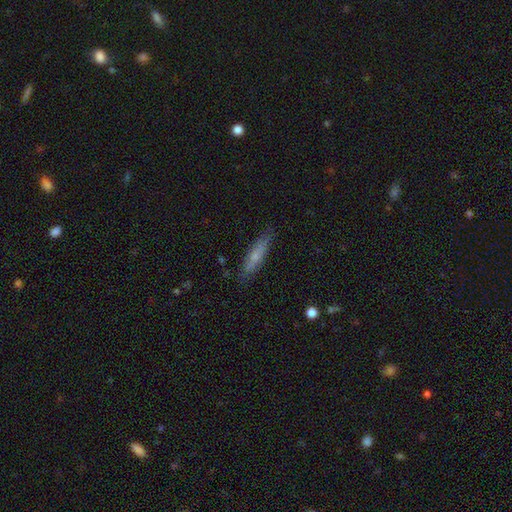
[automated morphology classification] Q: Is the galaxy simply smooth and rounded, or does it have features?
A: smooth — 56%.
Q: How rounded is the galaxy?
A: cigar-shaped — 81%.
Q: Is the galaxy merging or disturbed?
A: none — 83%.